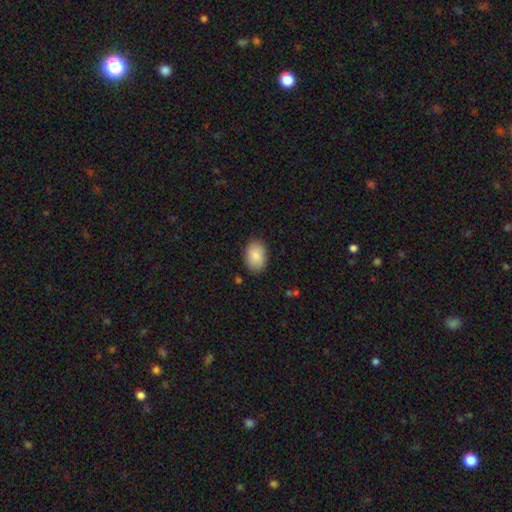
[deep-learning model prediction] Overall: smooth (88%). How rounded: in between (81%). Merging: none (86%).